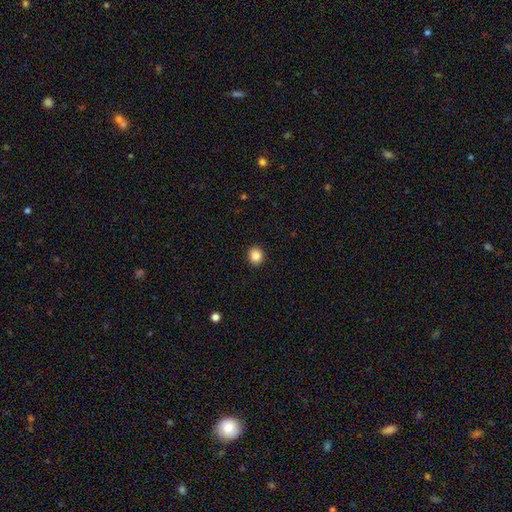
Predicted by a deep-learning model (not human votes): Overall: smooth (87%). How rounded: round (82%). Merging: none (92%).